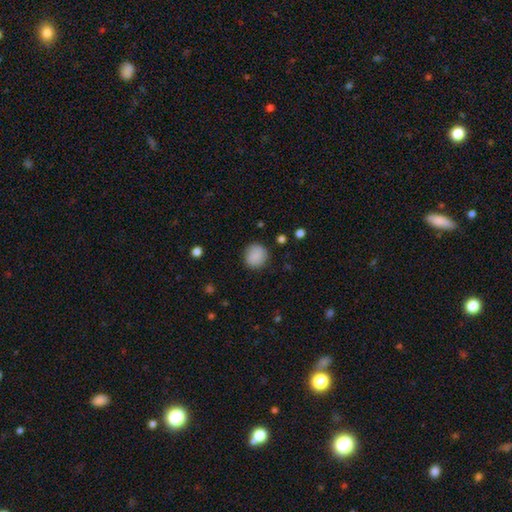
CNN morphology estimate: Smooth or featured? smooth (85%)
How rounded? round (89%)
Merging? none (87%)